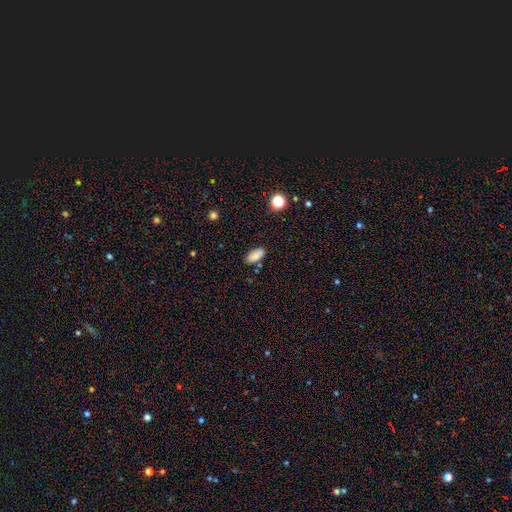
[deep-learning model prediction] This appears to be a smooth galaxy with no disk features (81%) that is in between round and cigar-shaped (92%). Merging: none (81%).